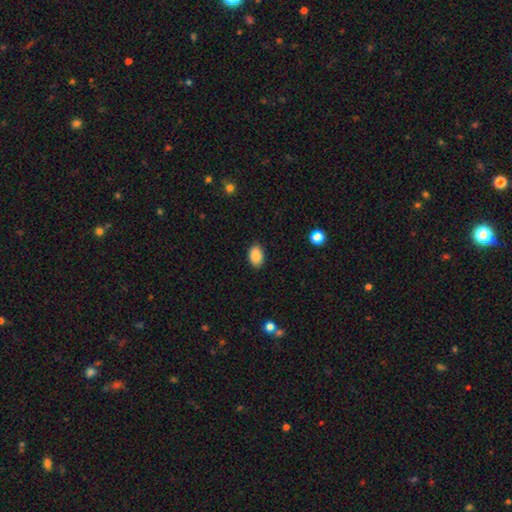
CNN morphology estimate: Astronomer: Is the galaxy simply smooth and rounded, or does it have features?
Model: smooth — 88%.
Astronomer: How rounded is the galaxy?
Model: in between — 87%.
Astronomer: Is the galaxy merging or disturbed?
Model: none — 88%.